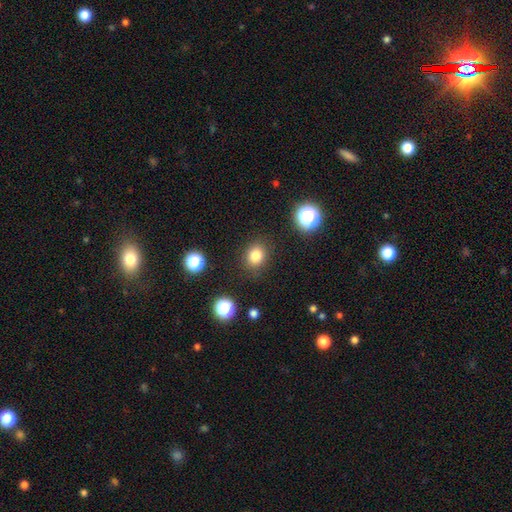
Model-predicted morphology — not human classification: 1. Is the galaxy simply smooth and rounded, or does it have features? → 82% smooth, 13% star or artifact, 5% featured or disk.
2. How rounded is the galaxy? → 65% round, 34% in between, 1% cigar-shaped.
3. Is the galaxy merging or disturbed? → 86% none, 9% minor disturbance, 3% major disturbance, 2% merger.